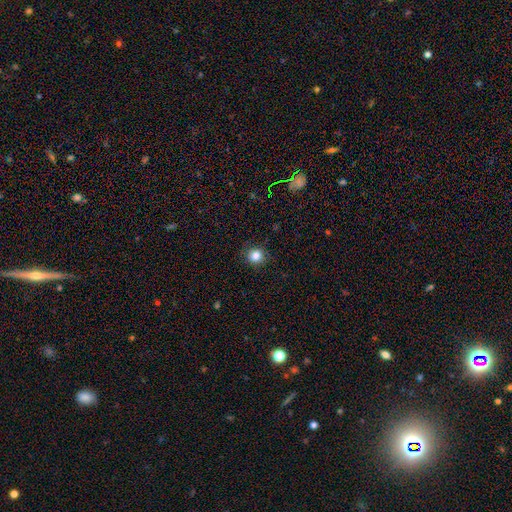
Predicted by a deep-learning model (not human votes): Smooth or featured? smooth (84%)
How rounded? round (89%)
Merging? none (88%)